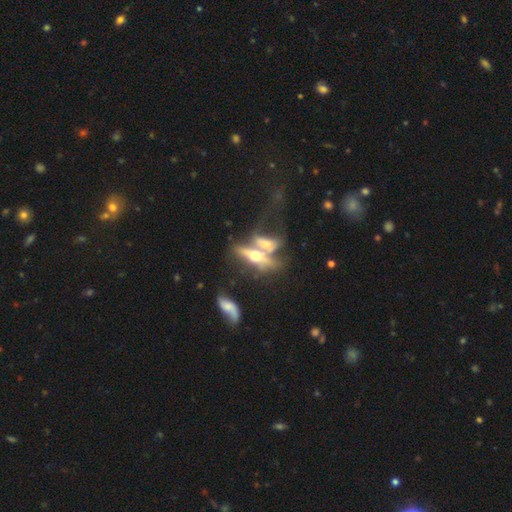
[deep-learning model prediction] A featured or disk galaxy (64%) viewed edge-on (69%).

Vote fractions:
- Smooth or featured? featured or disk: 64% / smooth: 27% / star or artifact: 8%
- Edge-on disk? yes: 69% / no: 31%
- Merging? merger: 59% / none: 21% / major disturbance: 11% / minor disturbance: 9%